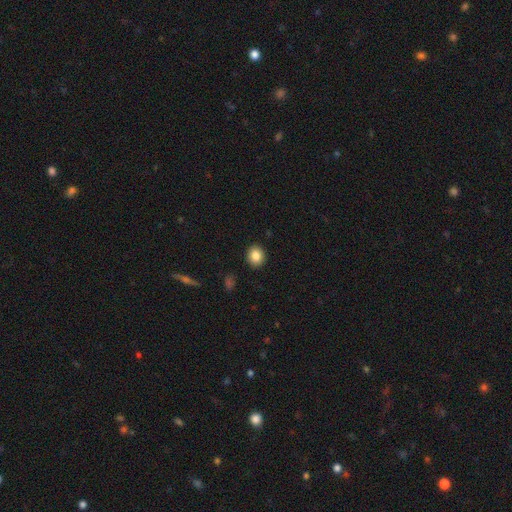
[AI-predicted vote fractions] This is clearly a smooth galaxy (84%). How rounded: likely round (70%). Merging: clearly none (91%).